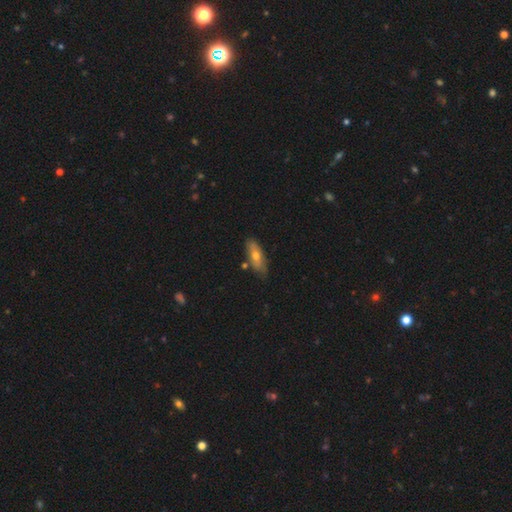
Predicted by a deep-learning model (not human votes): smooth-or-featured: smooth: 54% | featured or disk: 40% | star or artifact: 7%
  how-rounded: in between: 61% | cigar-shaped: 35% | round: 3%
  merging: none: 73% | minor disturbance: 18% | merger: 5% | major disturbance: 3%